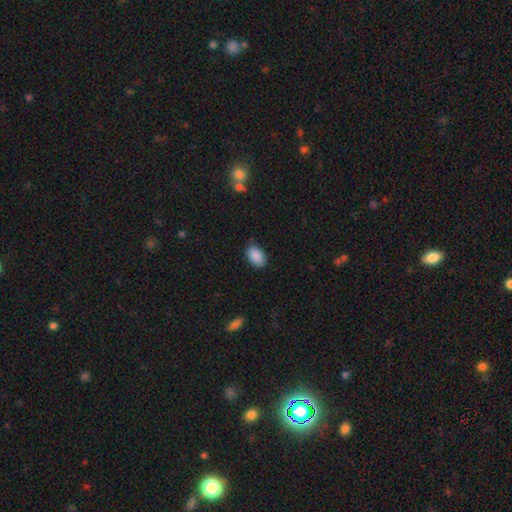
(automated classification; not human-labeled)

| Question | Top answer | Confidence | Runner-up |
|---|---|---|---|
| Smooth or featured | smooth | 90% | star or artifact (7%) |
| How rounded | in between | 90% | round (8%) |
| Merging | none | 82% | minor disturbance (14%) |